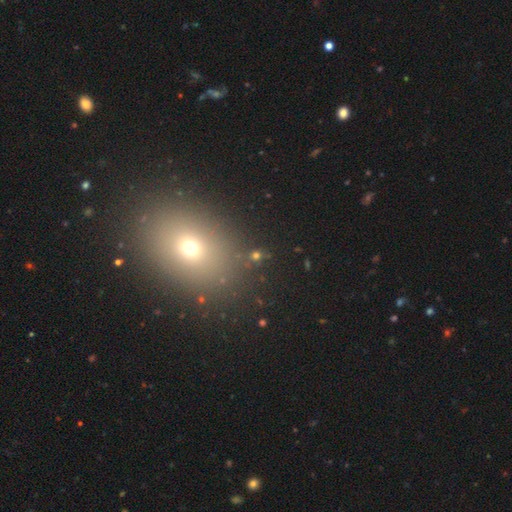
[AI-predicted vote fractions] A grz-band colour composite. It shows a smooth galaxy with no disk features (63%) that is in between round and cigar-shaped (60%). Merging: none (86%).